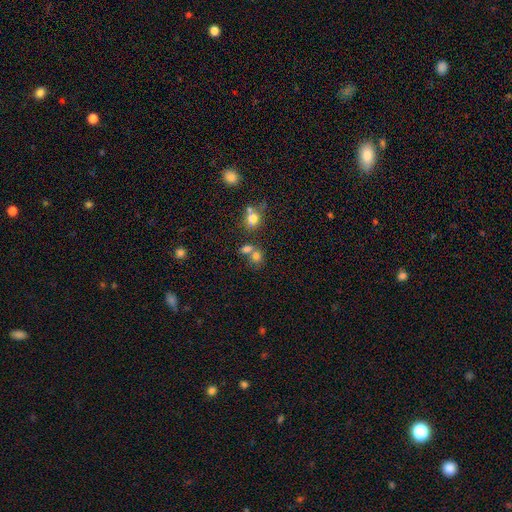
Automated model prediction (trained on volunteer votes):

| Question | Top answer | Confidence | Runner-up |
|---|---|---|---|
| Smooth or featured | smooth | 73% | star or artifact (16%) |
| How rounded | round | 66% | in between (32%) |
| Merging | merger | 45% | none (40%) |